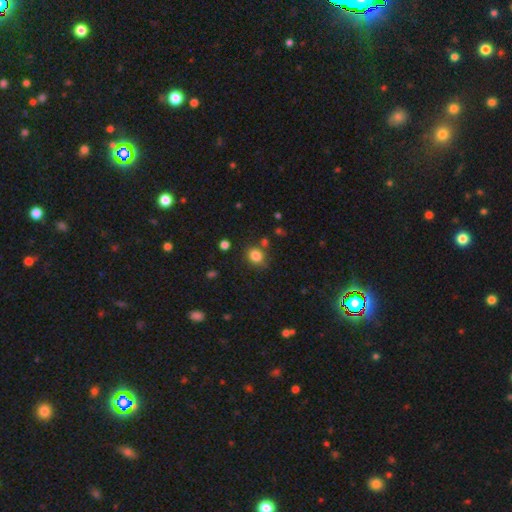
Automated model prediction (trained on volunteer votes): Smooth or featured?
  - smooth: 82% *
  - star or artifact: 12%
  - featured or disk: 6%
How rounded?
  - round: 76% *
  - in between: 23%
  - cigar-shaped: 1%
Merging?
  - none: 74% *
  - minor disturbance: 15%
  - merger: 7%
  - major disturbance: 4%